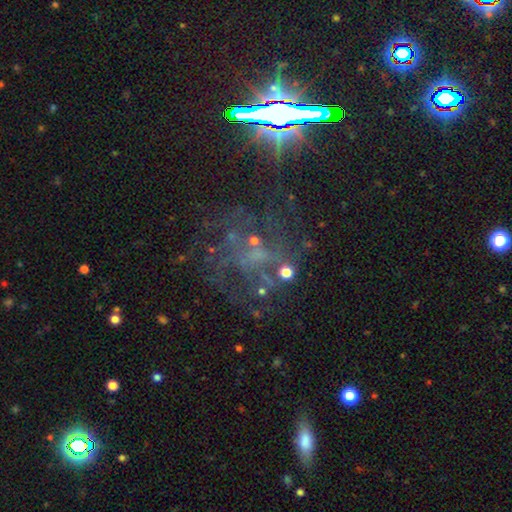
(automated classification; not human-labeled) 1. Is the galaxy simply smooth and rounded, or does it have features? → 44% featured or disk, 40% star or artifact, 17% smooth.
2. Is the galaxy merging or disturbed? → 56% none, 22% major disturbance, 17% minor disturbance, 5% merger.